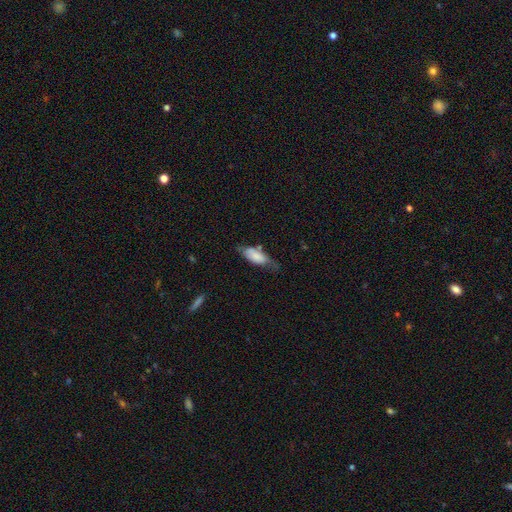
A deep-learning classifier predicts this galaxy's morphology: smooth-or-featured: smooth: 74% | featured or disk: 20% | star or artifact: 7%
  how-rounded: in between: 78% | cigar-shaped: 20% | round: 2%
  merging: none: 42% | minor disturbance: 37% | major disturbance: 16% | merger: 6%